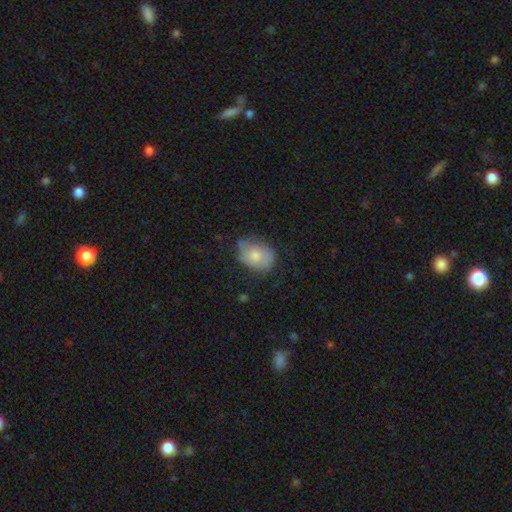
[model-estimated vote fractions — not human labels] Smooth or featured? Predicted: smooth (p=0.71). How rounded? Predicted: in between (p=0.70). Merging? Predicted: none (p=0.58).